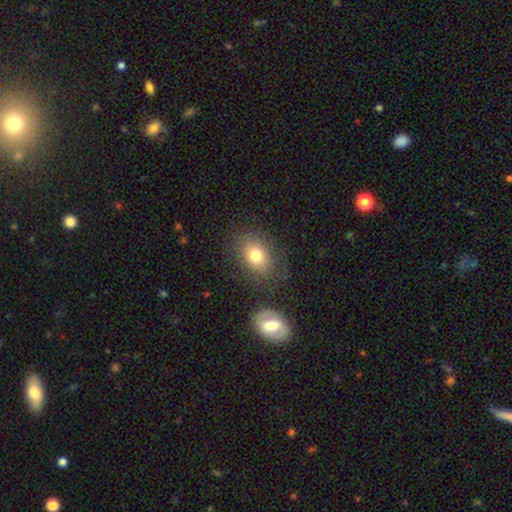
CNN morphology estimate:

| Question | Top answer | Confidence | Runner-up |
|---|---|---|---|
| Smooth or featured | smooth | 75% | featured or disk (15%) |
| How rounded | in between | 69% | round (30%) |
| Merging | none | 74% | minor disturbance (14%) |